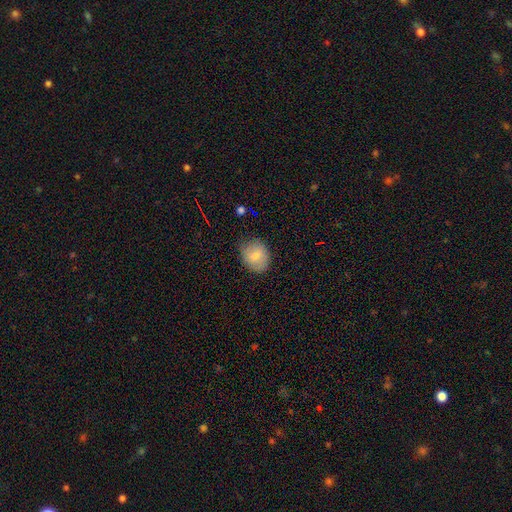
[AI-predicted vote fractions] smooth 77%, featured or disk 15%, star or artifact 8%. Down the decision tree: how rounded — round (55%); merging — none (77%).